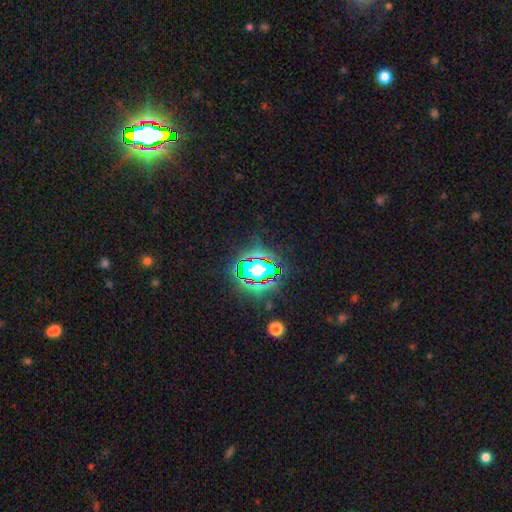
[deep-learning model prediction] The model was most divided on "smooth or featured": star or artifact: 80%, smooth: 12%, featured or disk: 8%.